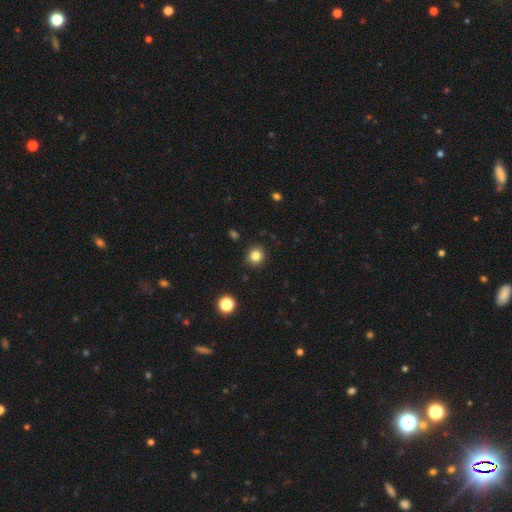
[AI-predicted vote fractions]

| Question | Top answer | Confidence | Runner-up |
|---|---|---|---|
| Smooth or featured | smooth | 82% | star or artifact (13%) |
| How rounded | round | 90% | in between (9%) |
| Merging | none | 90% | minor disturbance (7%) |